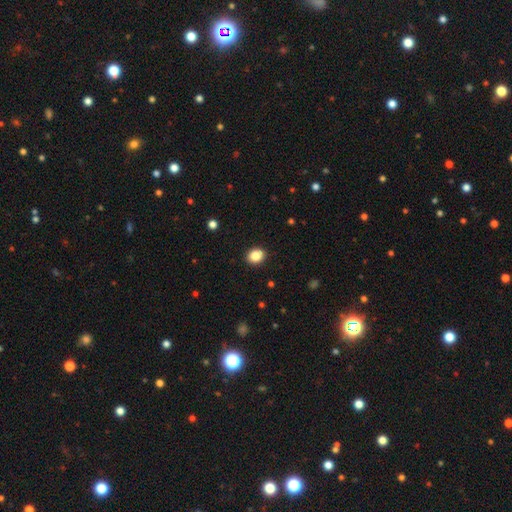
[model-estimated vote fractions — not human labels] A smooth galaxy with no disk features (85%) that is round (54%). Merging: none (91%).